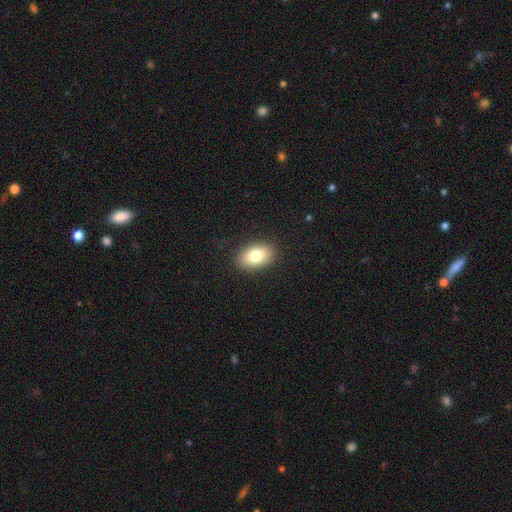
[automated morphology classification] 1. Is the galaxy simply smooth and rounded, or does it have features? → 80% smooth, 12% featured or disk, 8% star or artifact.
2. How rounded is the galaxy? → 87% in between, 12% round, 1% cigar-shaped.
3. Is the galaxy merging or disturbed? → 89% none, 8% minor disturbance, 2% major disturbance, 1% merger.